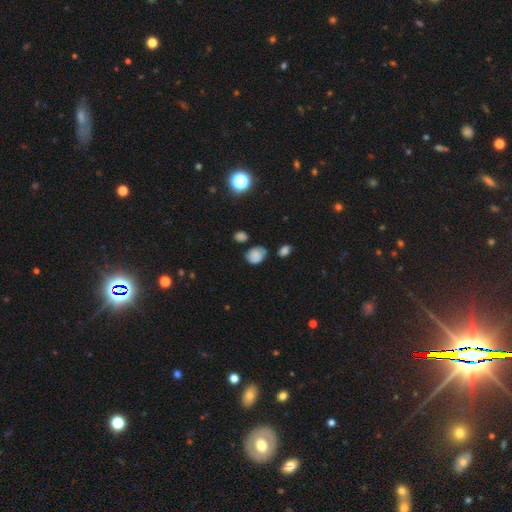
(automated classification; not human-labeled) The model was most divided on "how rounded": round: 50%, in between: 49%, cigar-shaped: 1%. More confident: smooth or featured — smooth (73%); merging — none (53%).